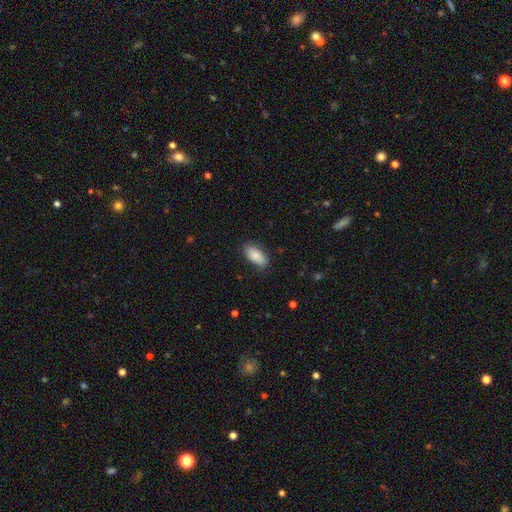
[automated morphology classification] smooth-or-featured: smooth: 84% | featured or disk: 9% | star or artifact: 7%
  how-rounded: in between: 93% | cigar-shaped: 4% | round: 3%
  merging: none: 76% | minor disturbance: 19% | major disturbance: 4% | merger: 1%